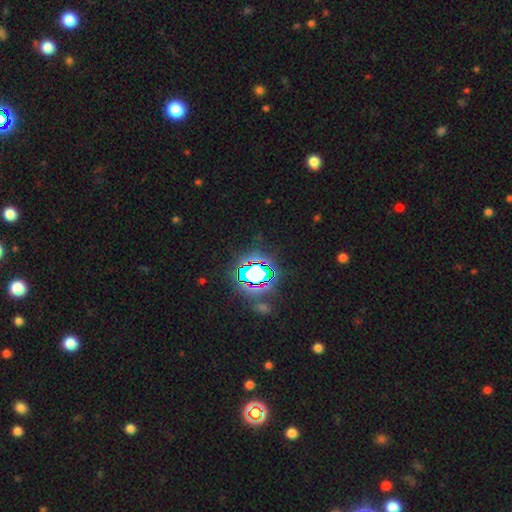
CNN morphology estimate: The model was most divided on "smooth or featured": star or artifact: 80%, smooth: 12%, featured or disk: 8%.